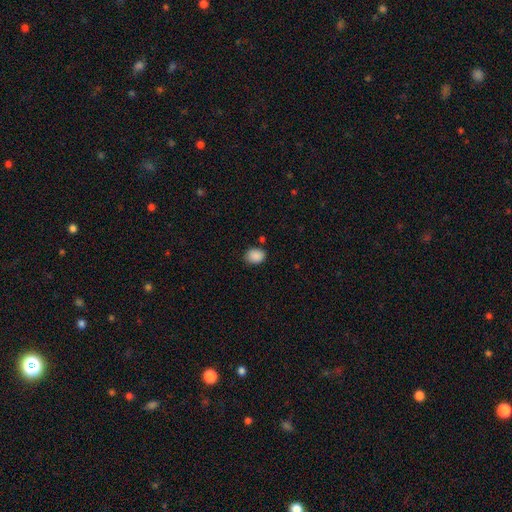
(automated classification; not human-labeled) Smooth or featured: smooth — 88% (star or artifact — 9%)
How rounded: in between — 54% (round — 45%)
Merging: none — 79% (minor disturbance — 15%)